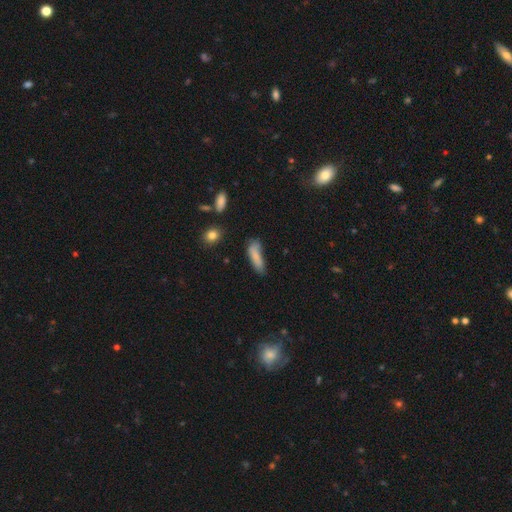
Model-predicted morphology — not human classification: Smooth or featured? smooth (81%)
How rounded? cigar-shaped (57%)
Merging? none (47%)